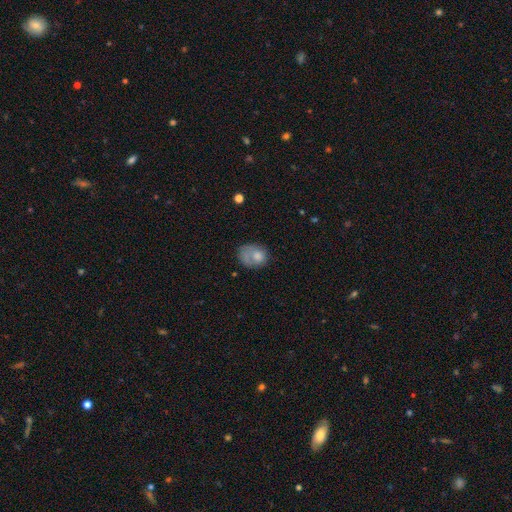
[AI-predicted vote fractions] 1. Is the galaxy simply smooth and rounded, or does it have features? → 69% smooth, 23% featured or disk, 9% star or artifact.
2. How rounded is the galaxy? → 53% in between, 46% round, 1% cigar-shaped.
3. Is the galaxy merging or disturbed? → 39% none, 28% major disturbance, 28% minor disturbance, 5% merger.